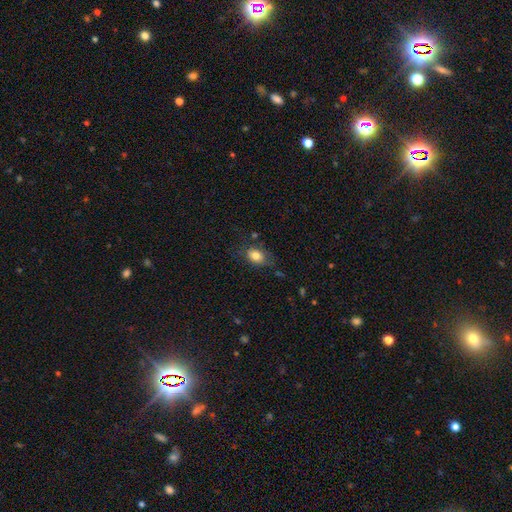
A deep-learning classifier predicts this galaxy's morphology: smooth 81%, featured or disk 10%, star or artifact 9%. Down the decision tree: how rounded — in between (73%); merging — none (65%).